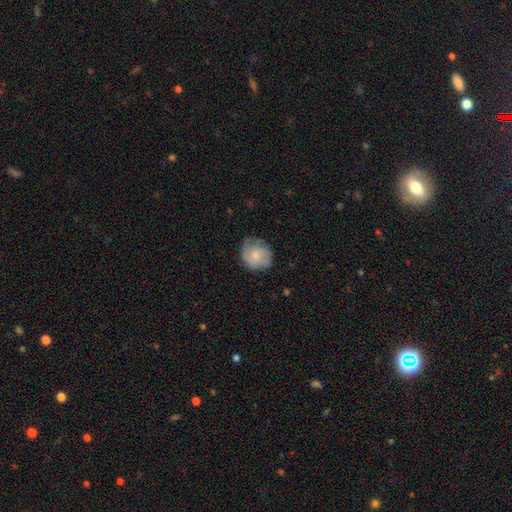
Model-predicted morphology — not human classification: The model was most divided on "smooth or featured": smooth: 59%, featured or disk: 34%, star or artifact: 7%. More confident: how rounded — round (82%); merging — none (68%).